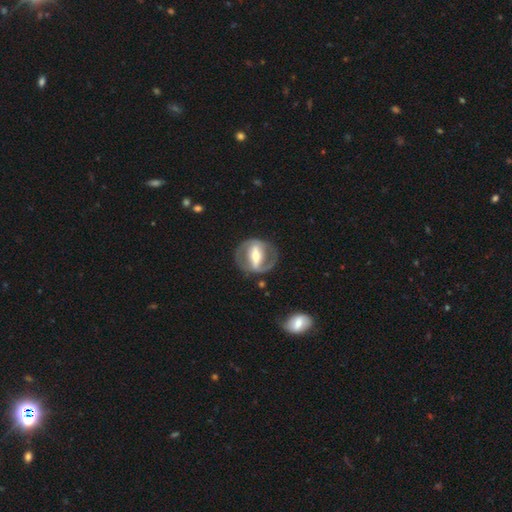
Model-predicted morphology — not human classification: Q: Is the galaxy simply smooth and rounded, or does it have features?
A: featured or disk — 78%.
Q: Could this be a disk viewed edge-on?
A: no — 91%.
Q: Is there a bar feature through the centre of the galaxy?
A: strong — 73%.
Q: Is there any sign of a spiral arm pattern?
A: yes — 60%.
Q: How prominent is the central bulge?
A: moderate — 52%.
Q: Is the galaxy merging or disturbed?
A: none — 73%.